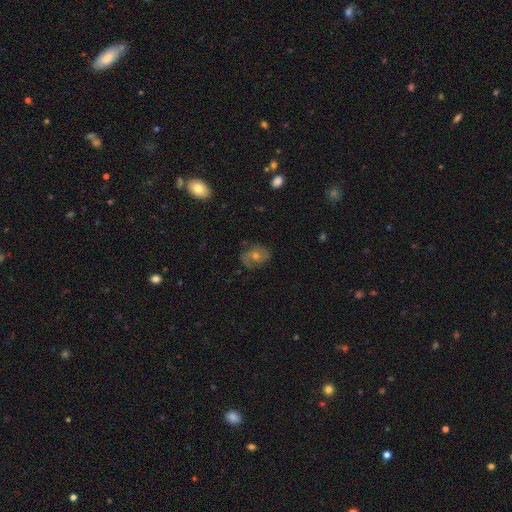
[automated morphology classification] Smooth or featured: featured or disk — 56% (smooth — 29%)
Edge-on disk: no — 96% (yes — 4%)
Bar: no — 72% (weak — 23%)
Spiral arms: yes — 76% (no — 24%)
Bulge size: moderate — 59% (small — 36%)
Merging: none — 75% (minor disturbance — 17%)